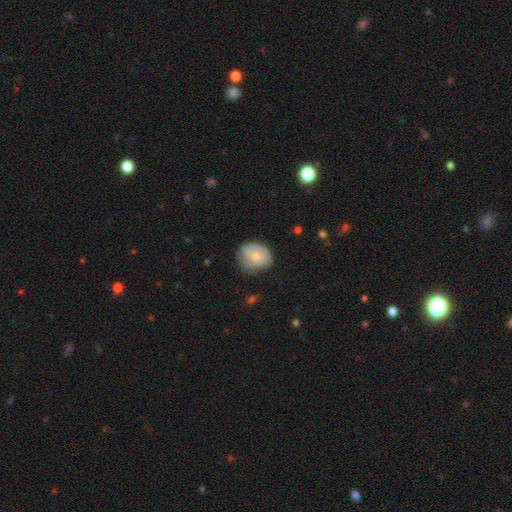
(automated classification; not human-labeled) smooth-or-featured: smooth: 63% | featured or disk: 31% | star or artifact: 6%
  how-rounded: round: 66% | in between: 33% | cigar-shaped: 1%
  merging: none: 65% | minor disturbance: 26% | major disturbance: 7% | merger: 1%